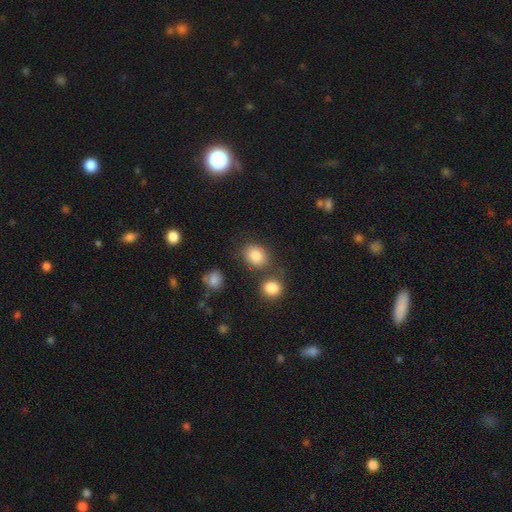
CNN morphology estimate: A smooth galaxy with no disk features (84%) that is in between round and cigar-shaped (54%). Merging: none (70%).